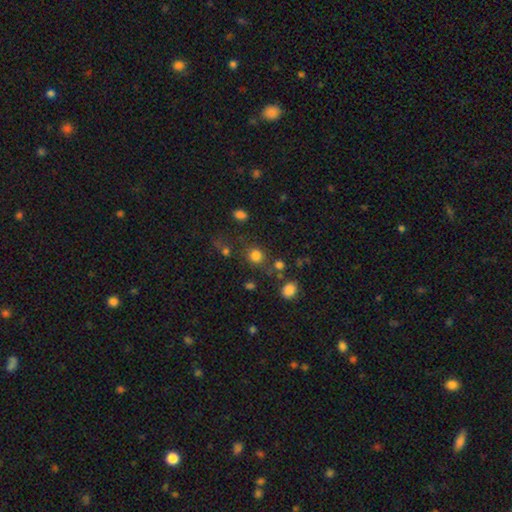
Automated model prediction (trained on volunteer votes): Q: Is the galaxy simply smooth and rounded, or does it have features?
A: smooth — 78%.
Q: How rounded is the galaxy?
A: round — 84%.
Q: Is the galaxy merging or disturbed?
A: none — 72%.